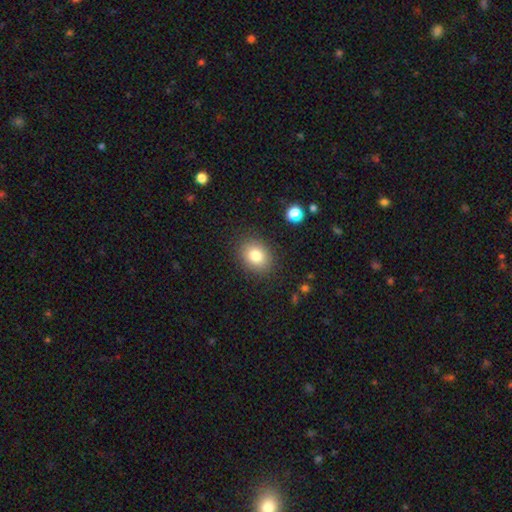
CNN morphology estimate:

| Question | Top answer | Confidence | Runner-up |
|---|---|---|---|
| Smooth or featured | smooth | 81% | star or artifact (10%) |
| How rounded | in between | 51% | round (48%) |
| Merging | none | 86% | minor disturbance (9%) |